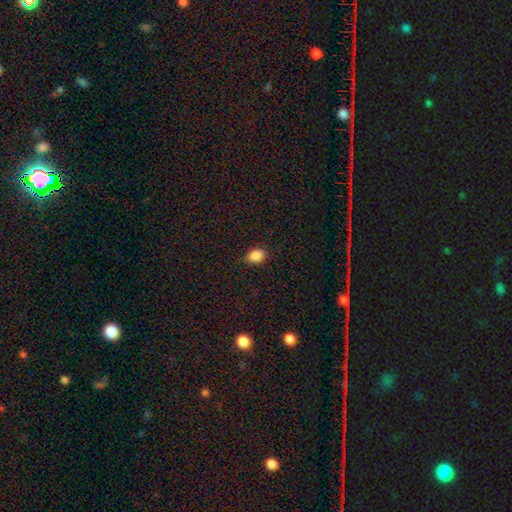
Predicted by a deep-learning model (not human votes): This is clearly a smooth galaxy (87%). How rounded: likely in between (61%). Merging: clearly none (88%).